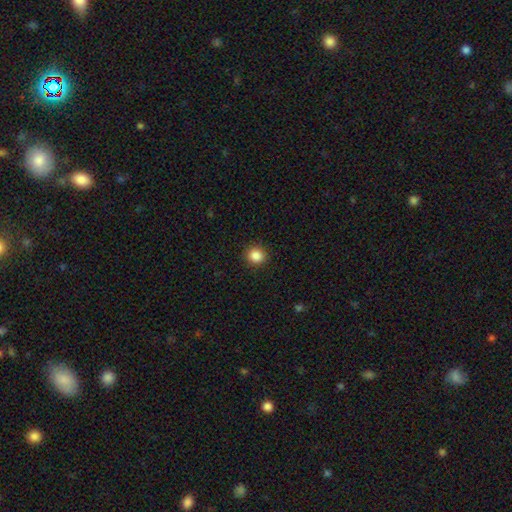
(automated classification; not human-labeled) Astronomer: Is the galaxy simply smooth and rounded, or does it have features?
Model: smooth — 86%.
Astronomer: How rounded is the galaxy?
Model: round — 89%.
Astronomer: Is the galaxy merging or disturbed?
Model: none — 91%.